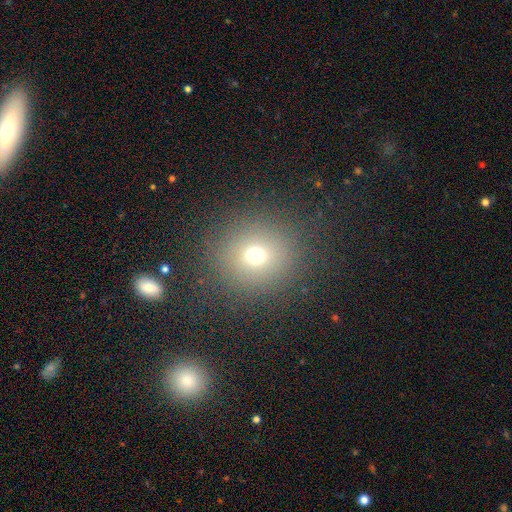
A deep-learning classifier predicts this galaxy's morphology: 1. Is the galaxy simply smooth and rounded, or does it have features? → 68% smooth, 21% star or artifact, 11% featured or disk.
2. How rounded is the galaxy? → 88% round, 11% in between, 1% cigar-shaped.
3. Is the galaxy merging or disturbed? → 86% none, 8% minor disturbance, 5% major disturbance, 1% merger.